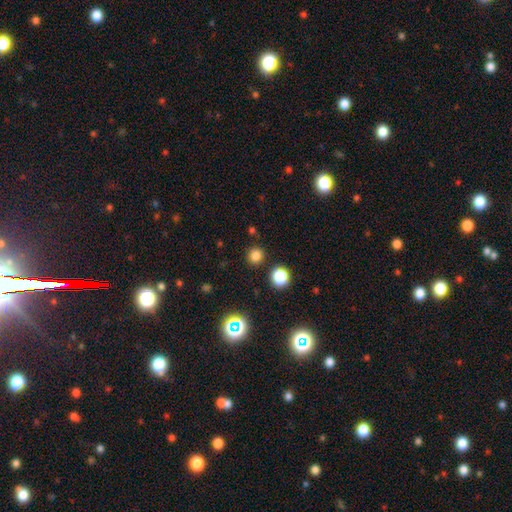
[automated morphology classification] A smooth galaxy with no disk features (78%) that is round (93%).

Vote fractions:
- Smooth or featured? smooth: 78% / star or artifact: 18% / featured or disk: 4%
- How rounded? round: 93% / in between: 6% / cigar-shaped: 1%
- Merging? none: 89% / minor disturbance: 6% / merger: 3% / major disturbance: 2%